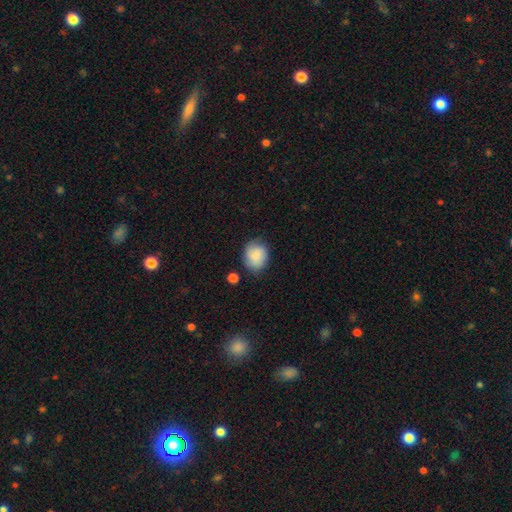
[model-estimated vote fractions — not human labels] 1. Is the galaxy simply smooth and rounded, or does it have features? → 83% smooth, 10% featured or disk, 7% star or artifact.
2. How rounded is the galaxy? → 59% round, 40% in between, 1% cigar-shaped.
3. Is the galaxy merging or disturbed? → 71% none, 20% minor disturbance, 5% major disturbance, 3% merger.